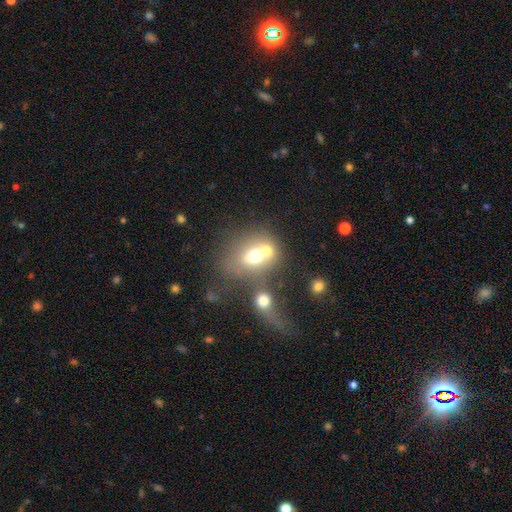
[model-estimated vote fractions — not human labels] smooth 62%, featured or disk 26%, star or artifact 12%. Down the decision tree: how rounded — round (50%); merging — merger (59%).